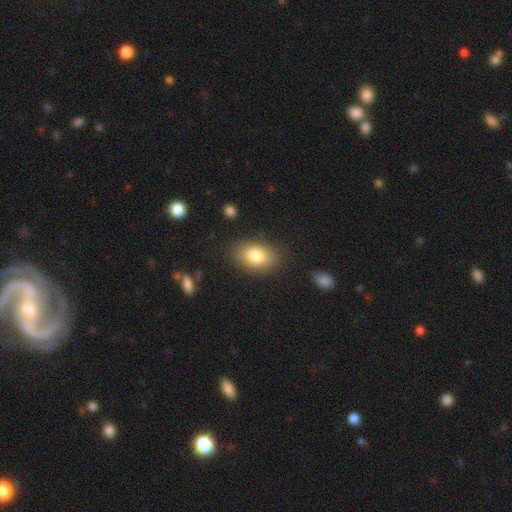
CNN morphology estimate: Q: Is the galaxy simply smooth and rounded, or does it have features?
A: smooth — 81%.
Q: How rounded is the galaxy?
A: in between — 81%.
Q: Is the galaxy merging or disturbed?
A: none — 83%.